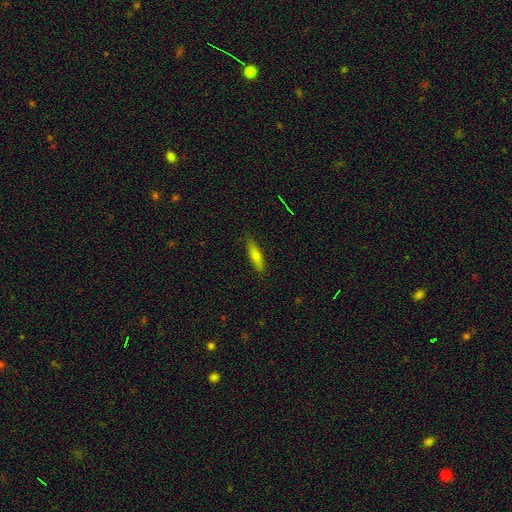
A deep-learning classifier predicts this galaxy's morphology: Overall: smooth (68%). How rounded: cigar-shaped (72%). Merging: none (88%).